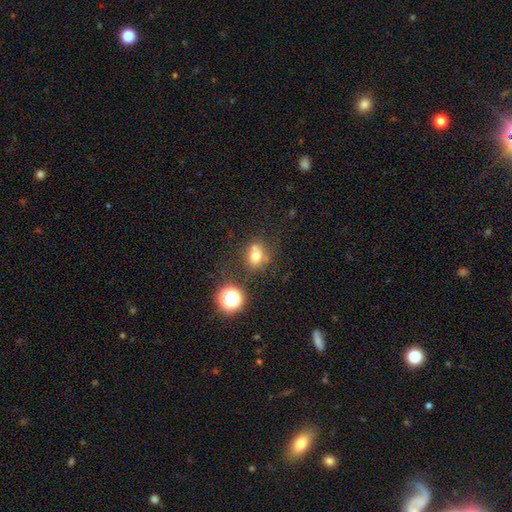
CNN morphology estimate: This appears to be a smooth galaxy with no disk features (68%) that is round (62%). Merging: none (56%).